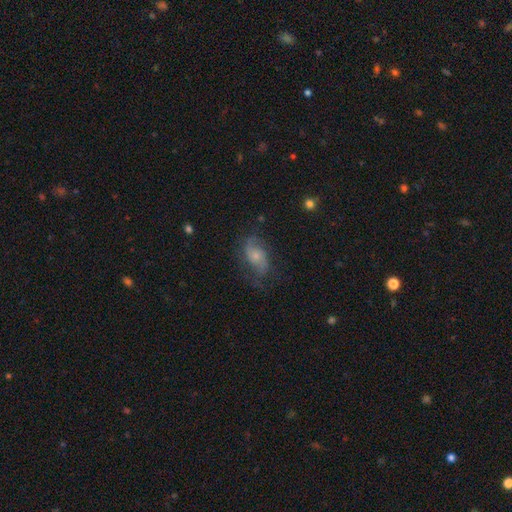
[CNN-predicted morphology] Overall: featured or disk (60%; smooth 30%). Edge-on disk: no (95%). Bar: no (69%). Spiral arms: yes (86%). Bulge size: small (53%; moderate 33%). Merging: none (58%; minor disturbance 23%).